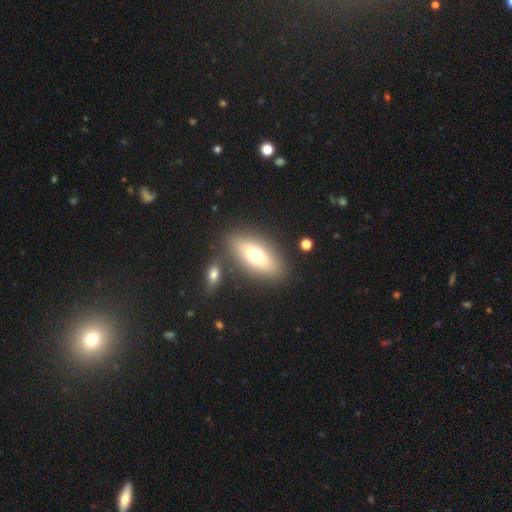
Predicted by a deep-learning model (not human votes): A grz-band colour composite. It shows a smooth galaxy with no disk features (66%) that is in between round and cigar-shaped (78%). Merging: none (80%).